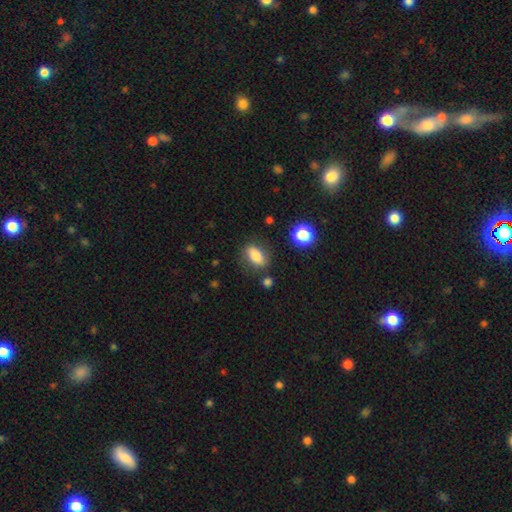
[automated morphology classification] Smooth or featured? smooth (78%)
How rounded? in between (82%)
Merging? none (75%)